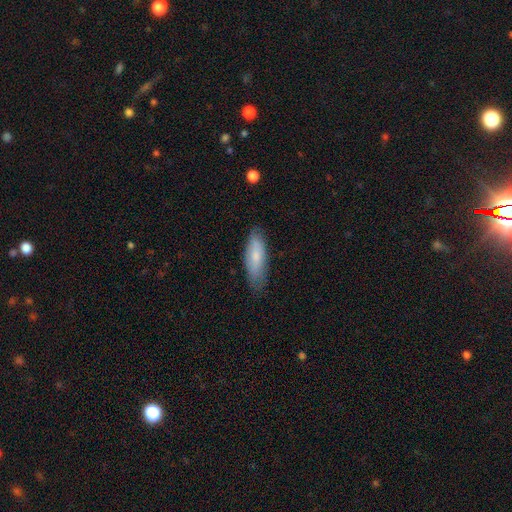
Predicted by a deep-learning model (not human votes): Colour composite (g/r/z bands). It shows a smooth galaxy with no disk features (73%) that is in between round and cigar-shaped (59%). Merging: none (75%).